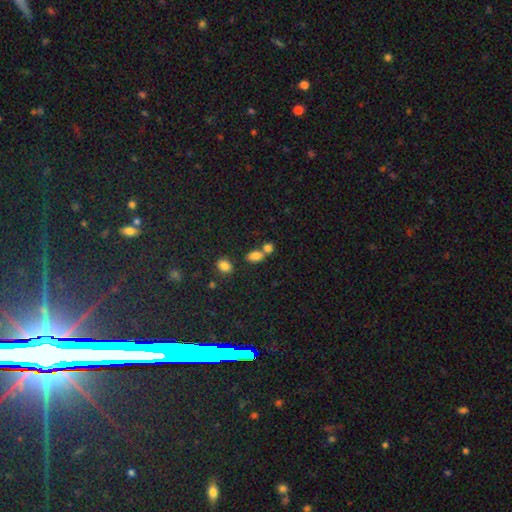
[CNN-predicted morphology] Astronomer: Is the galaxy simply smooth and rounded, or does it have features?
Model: smooth — 78%.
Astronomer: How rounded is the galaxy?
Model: in between — 76%.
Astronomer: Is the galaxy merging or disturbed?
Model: none — 43% (runner-up: merger, 42%).